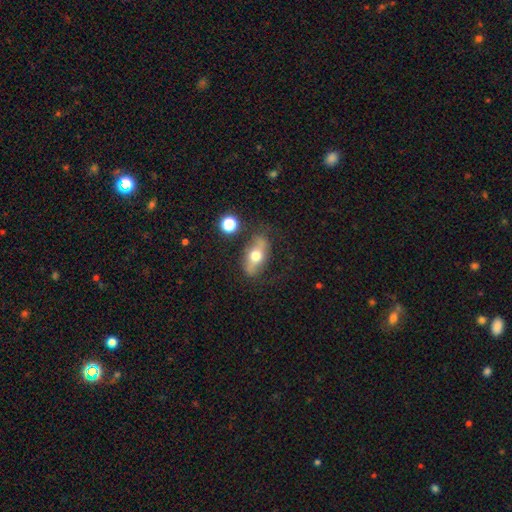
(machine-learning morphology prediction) type=featured or disk (47%); merging=none (74%).